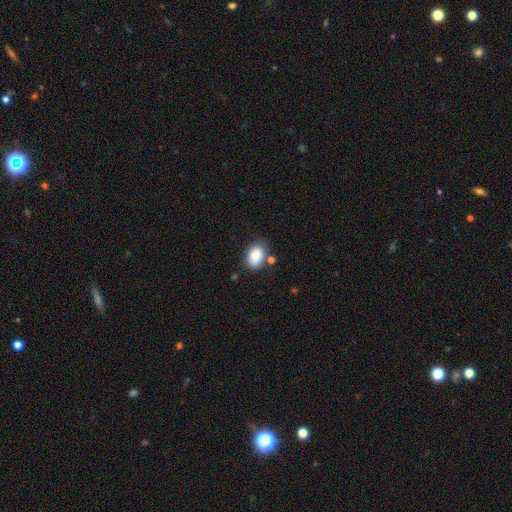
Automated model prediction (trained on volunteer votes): Smooth or featured: smooth — 84% (star or artifact — 8%)
How rounded: in between — 83% (round — 16%)
Merging: none — 67% (minor disturbance — 20%)